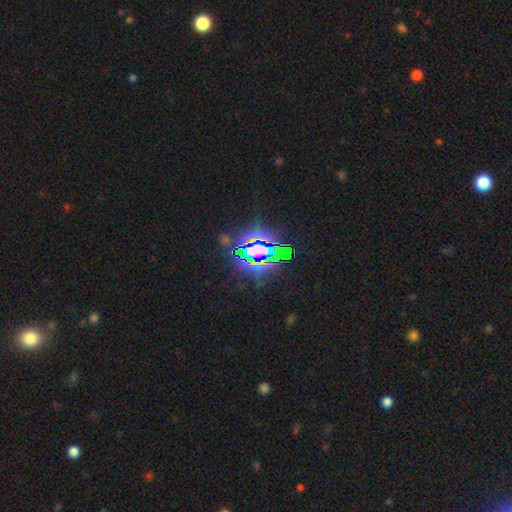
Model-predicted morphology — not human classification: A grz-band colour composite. It shows a star or artifact, not a galaxy (77%).